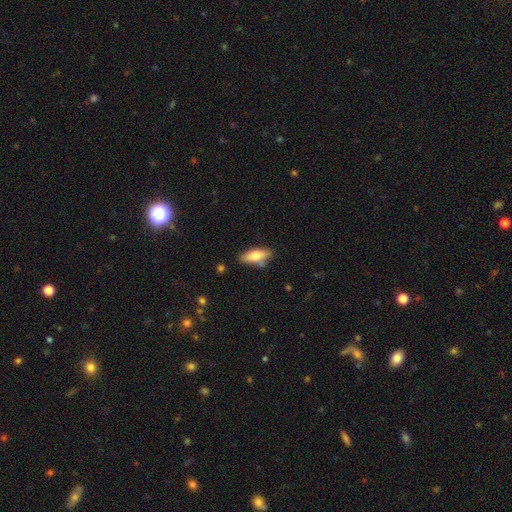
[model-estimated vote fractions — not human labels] Smooth or featured?
  - smooth: 68% *
  - featured or disk: 25%
  - star or artifact: 6%
How rounded?
  - in between: 70% *
  - cigar-shaped: 28%
  - round: 3%
Merging?
  - none: 75% *
  - minor disturbance: 16%
  - merger: 5%
  - major disturbance: 3%